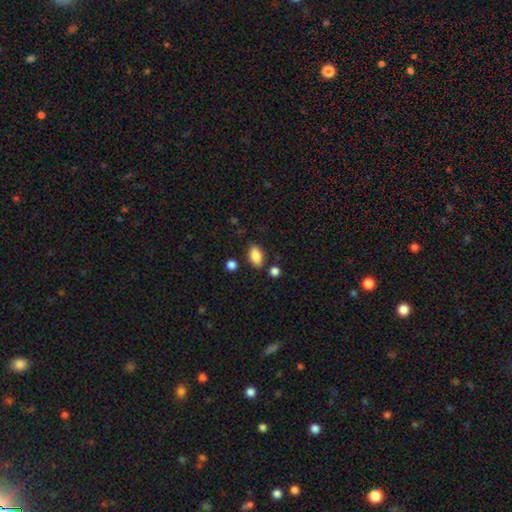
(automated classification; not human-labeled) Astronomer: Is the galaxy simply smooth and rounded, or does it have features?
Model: smooth — 87%.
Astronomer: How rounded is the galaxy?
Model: in between — 91%.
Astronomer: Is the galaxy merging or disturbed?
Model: none — 82%.